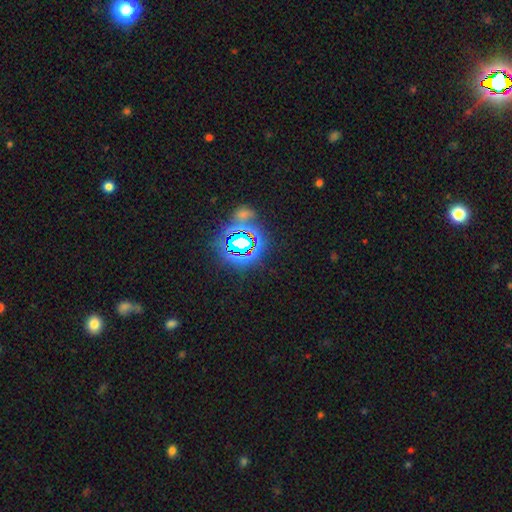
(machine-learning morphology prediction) Smooth or featured? star or artifact (76%)